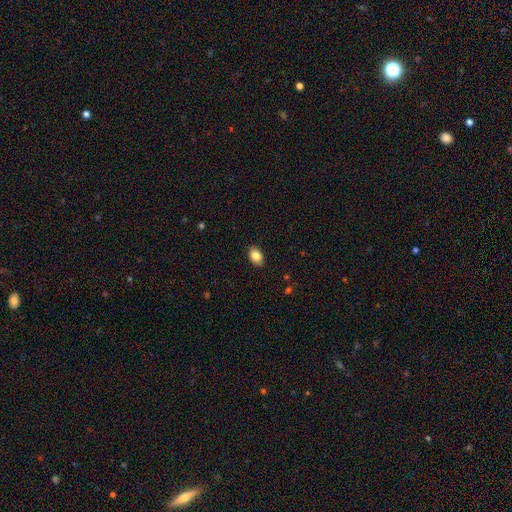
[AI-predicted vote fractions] Smooth or featured: smooth — 84% (star or artifact — 8%)
How rounded: in between — 85% (round — 13%)
Merging: none — 88% (minor disturbance — 9%)